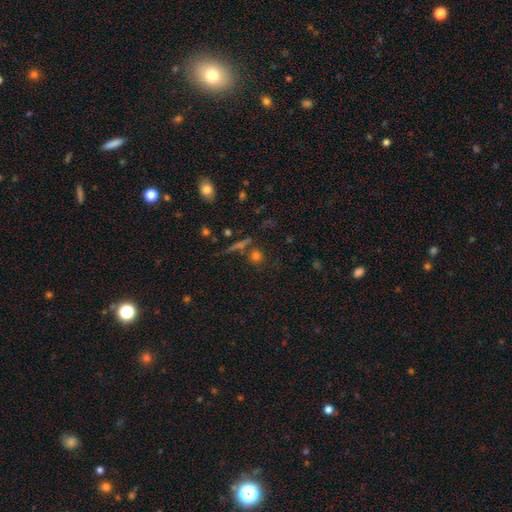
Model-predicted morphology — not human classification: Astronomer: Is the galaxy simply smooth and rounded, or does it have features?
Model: smooth — 61%.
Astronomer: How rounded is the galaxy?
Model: round — 83%.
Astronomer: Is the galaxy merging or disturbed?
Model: none — 75%.